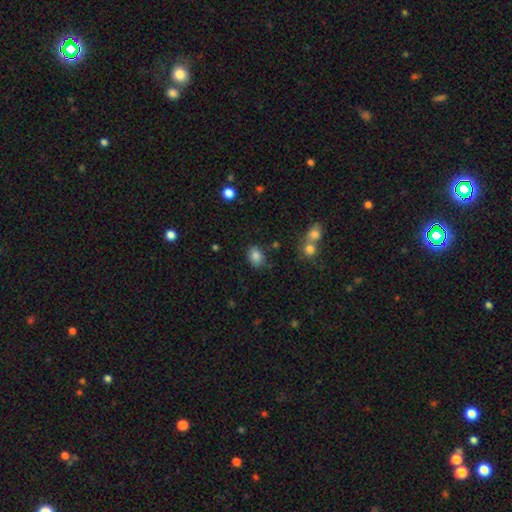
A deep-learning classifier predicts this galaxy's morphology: Smooth or featured? Predicted: smooth (p=0.83). How rounded? Predicted: in between (p=0.66). Merging? Predicted: none (p=0.75).